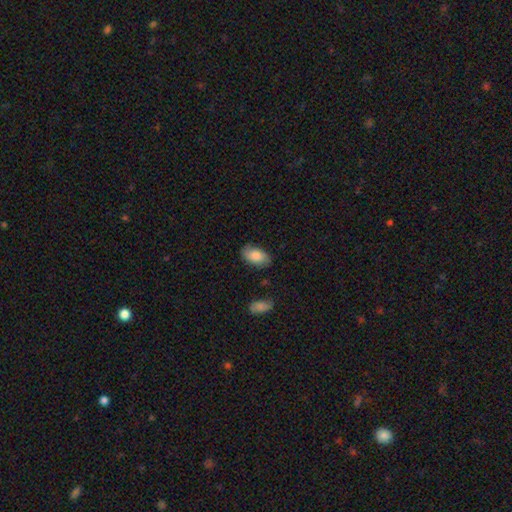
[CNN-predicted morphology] Smooth or featured? smooth (74%)
How rounded? in between (93%)
Merging? none (77%)